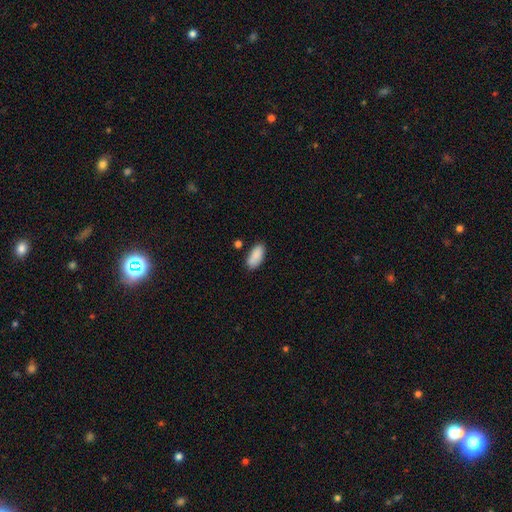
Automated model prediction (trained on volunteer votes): This is clearly a smooth galaxy (88%). How rounded: clearly in between (88%). Merging: likely none (76%).